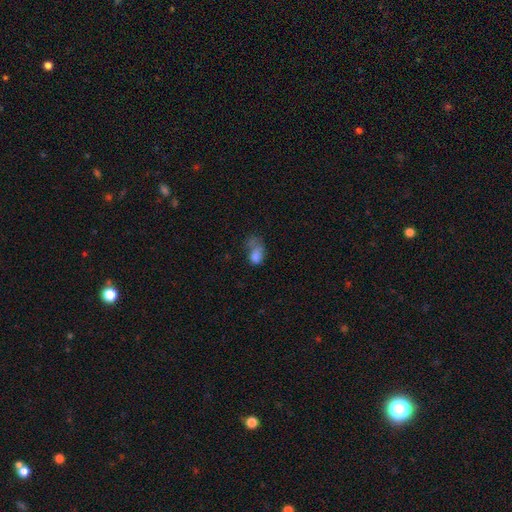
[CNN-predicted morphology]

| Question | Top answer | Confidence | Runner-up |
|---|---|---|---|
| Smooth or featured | smooth | 72% | featured or disk (15%) |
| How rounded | in between | 80% | round (18%) |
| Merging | major disturbance | 41% | minor disturbance (22%) |